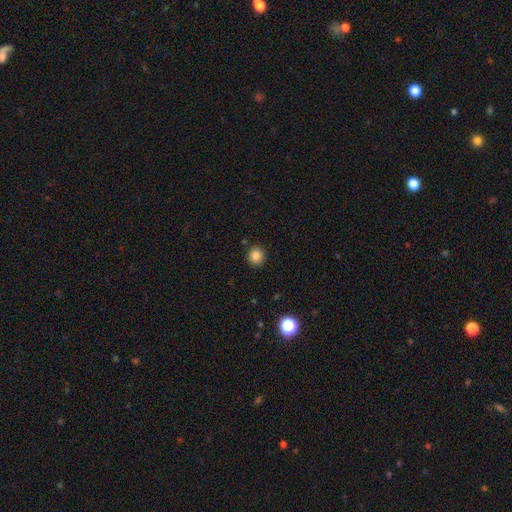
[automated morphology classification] smooth-or-featured: smooth: 84% | star or artifact: 11% | featured or disk: 5%
  how-rounded: round: 91% | in between: 8% | cigar-shaped: 1%
  merging: none: 91% | minor disturbance: 6% | major disturbance: 2% | merger: 2%